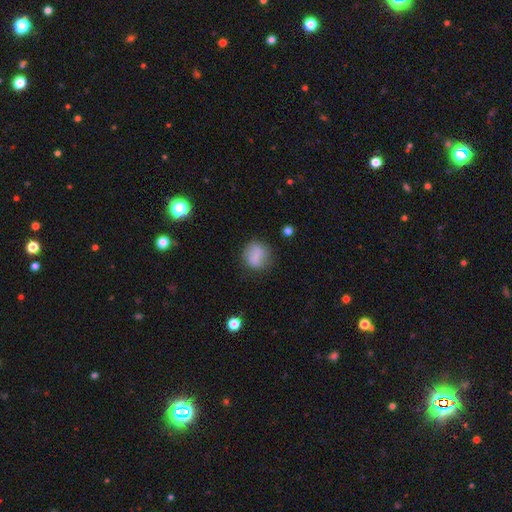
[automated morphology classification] Smooth or featured?
  - smooth: 77% *
  - featured or disk: 14%
  - star or artifact: 9%
How rounded?
  - round: 77% *
  - in between: 22%
  - cigar-shaped: 1%
Merging?
  - none: 70% *
  - minor disturbance: 19%
  - major disturbance: 7%
  - merger: 4%